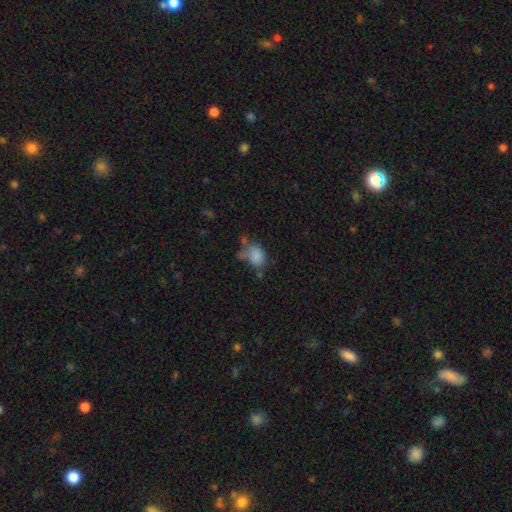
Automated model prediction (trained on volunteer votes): This is likely a smooth galaxy (80%). How rounded: likely in between (66%). Merging: marginally none (36%).